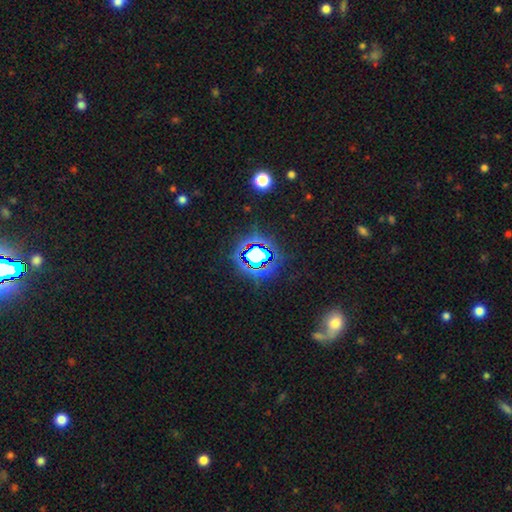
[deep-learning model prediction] Morphology: type=star or artifact (71%).